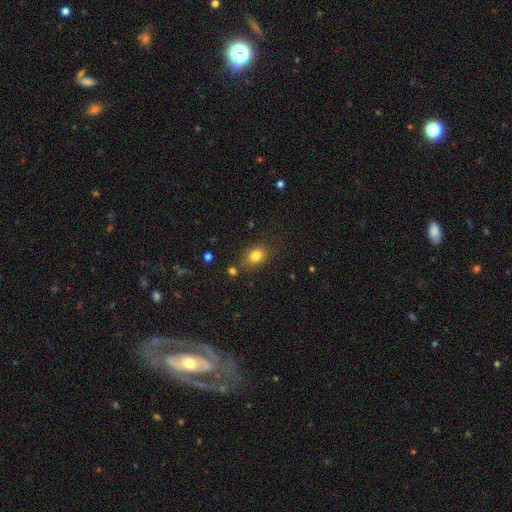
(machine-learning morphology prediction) A smooth galaxy with no disk features (80%) that is in between round and cigar-shaped (65%). Merging: none (77%).